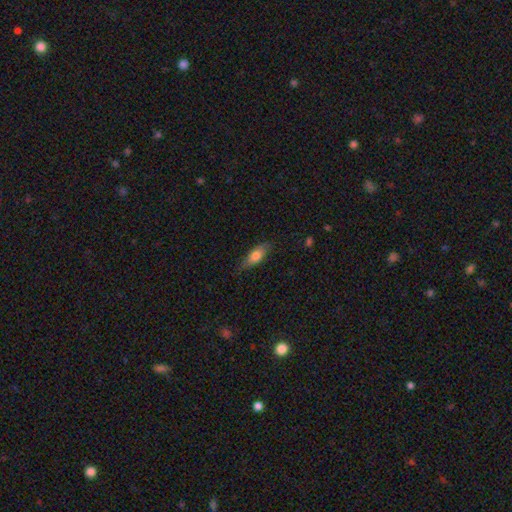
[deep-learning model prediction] Morphology: type=smooth (70%); roundness=in between (67%); merging=none (76%).